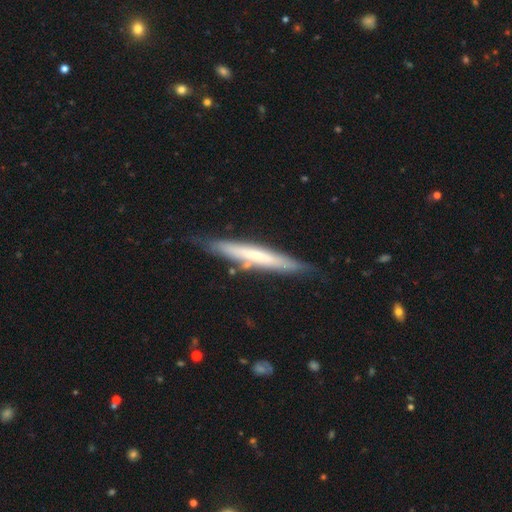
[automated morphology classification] Smooth or featured: featured or disk — 49% (smooth — 45%)
Merging: none — 79% (minor disturbance — 15%)